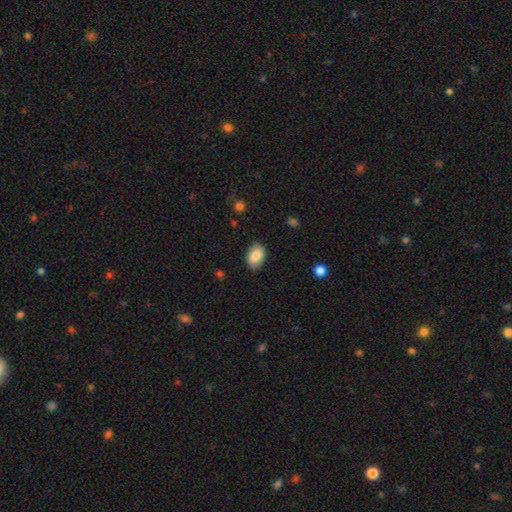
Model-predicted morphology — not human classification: A smooth galaxy with no disk features (82%) that is in between round and cigar-shaped (86%).

Vote fractions:
- Smooth or featured? smooth: 82% / featured or disk: 11% / star or artifact: 7%
- How rounded? in between: 86% / round: 13% / cigar-shaped: 1%
- Merging? none: 85% / minor disturbance: 12% / major disturbance: 3% / merger: 1%